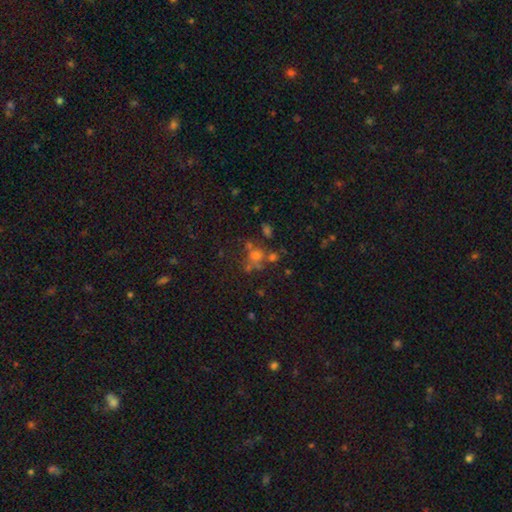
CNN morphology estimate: The model was most divided on "smooth or featured": smooth: 48%, star or artifact: 32%, featured or disk: 20%. More confident: merging — none (50%).